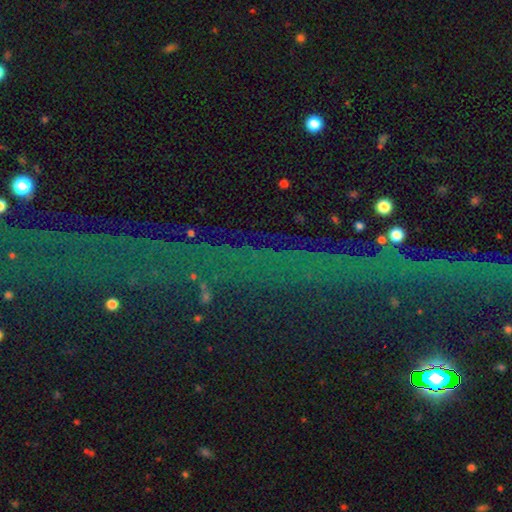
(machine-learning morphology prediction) Q: Smooth or featured?
A: star or artifact (78%); runner-up: featured or disk (12%)